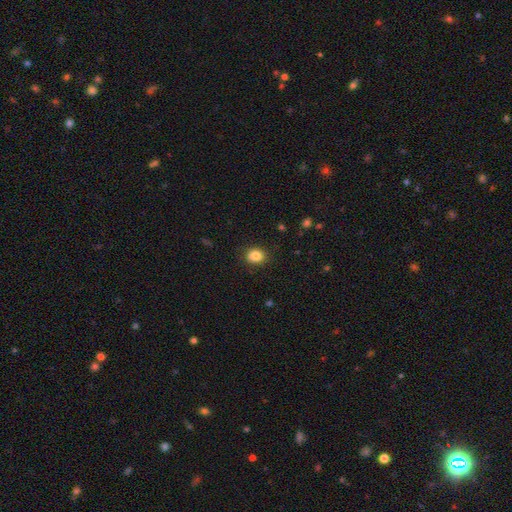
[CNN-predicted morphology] type=smooth (83%); roundness=round (58%); merging=none (84%).